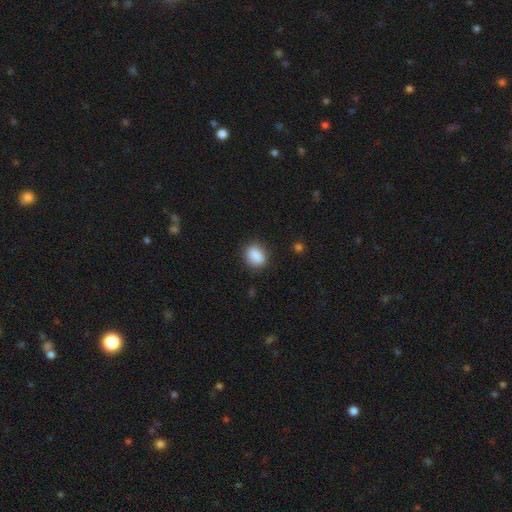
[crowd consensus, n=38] Smooth or featured: smooth — 84% (featured or disk — 8%)
How rounded: in between — 62% (round — 38%)
Merging: none — 83% (minor disturbance — 11%)